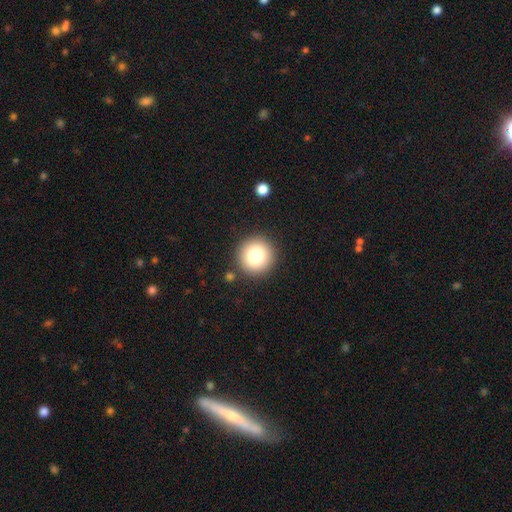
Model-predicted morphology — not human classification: This is likely a smooth galaxy (79%). How rounded: clearly round (96%). Merging: clearly none (89%).